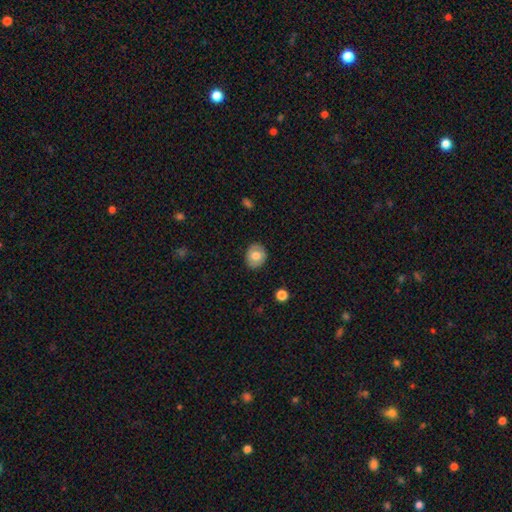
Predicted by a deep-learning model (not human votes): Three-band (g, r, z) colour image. It shows a smooth galaxy with no disk features (72%) that is round (64%). Merging: none (86%).